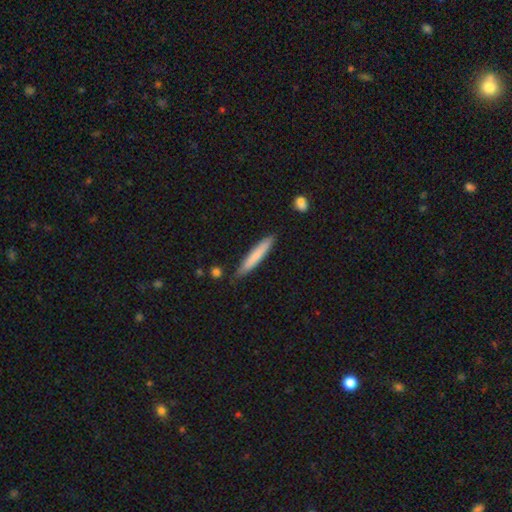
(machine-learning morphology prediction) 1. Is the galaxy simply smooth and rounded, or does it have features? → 76% smooth, 19% featured or disk, 5% star or artifact.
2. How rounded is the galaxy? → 94% cigar-shaped, 5% in between, 1% round.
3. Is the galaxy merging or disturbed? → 85% none, 11% minor disturbance, 3% merger, 2% major disturbance.